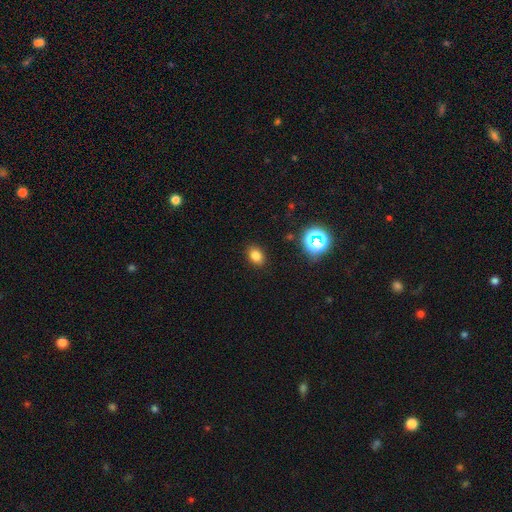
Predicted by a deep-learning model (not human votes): Overall: smooth (79%). How rounded: in between (73%). Merging: none (88%).